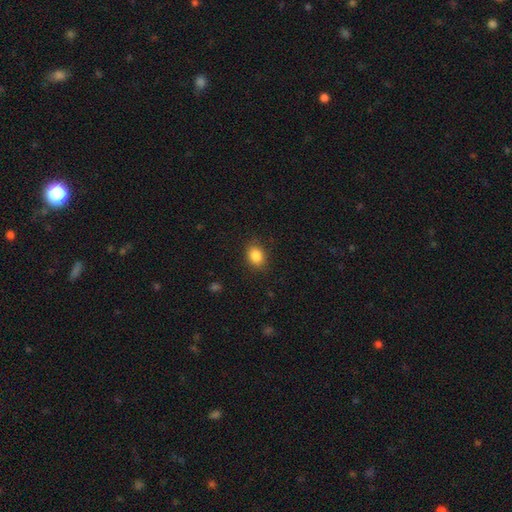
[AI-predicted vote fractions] This is clearly a smooth galaxy (86%). How rounded: likely in between (63%). Merging: clearly none (84%).